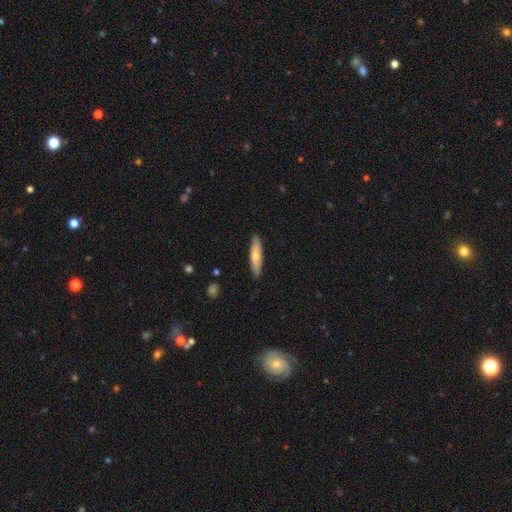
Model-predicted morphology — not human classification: smooth-or-featured: smooth: 64% | featured or disk: 30% | star or artifact: 6%
  how-rounded: cigar-shaped: 74% | in between: 25% | round: 2%
  merging: none: 87% | minor disturbance: 10% | major disturbance: 2% | merger: 1%